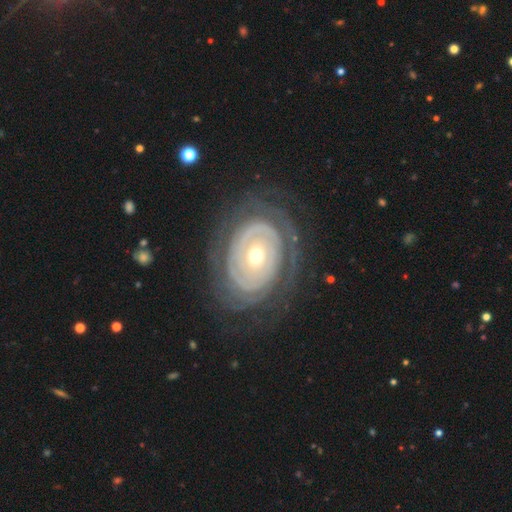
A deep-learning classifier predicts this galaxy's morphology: Q: Smooth or featured?
A: featured or disk (84%); runner-up: smooth (11%)
Q: Edge-on disk?
A: no (96%); runner-up: yes (4%)
Q: Bar?
A: no (75%); runner-up: weak (17%)
Q: Spiral arms?
A: yes (81%); runner-up: no (19%)
Q: Spiral winding?
A: tight (81%); runner-up: medium (13%)
Q: Spiral arm count?
A: can't tell (40%); runner-up: 2 (27%)
Q: Bulge size?
A: moderate (53%); runner-up: small (41%)
Q: Merging?
A: none (73%); runner-up: minor disturbance (15%)